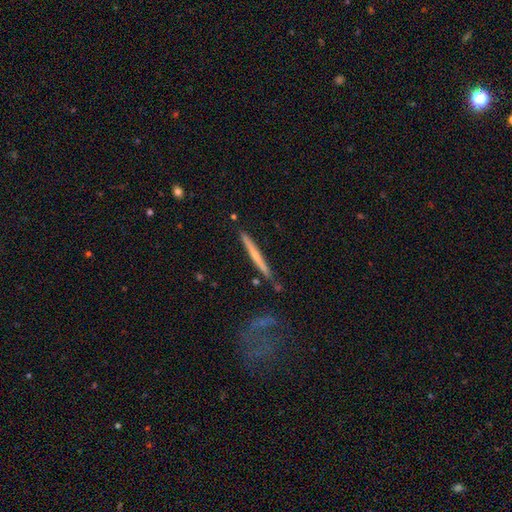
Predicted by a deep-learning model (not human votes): smooth-or-featured: featured or disk: 56% | smooth: 38% | star or artifact: 6%
  disk-edge-on: yes: 96% | no: 4%
    edge-on-bulge: none: 51% | rounded: 44% | boxy: 5%
  merging: none: 83% | minor disturbance: 11% | merger: 3% | major disturbance: 3%